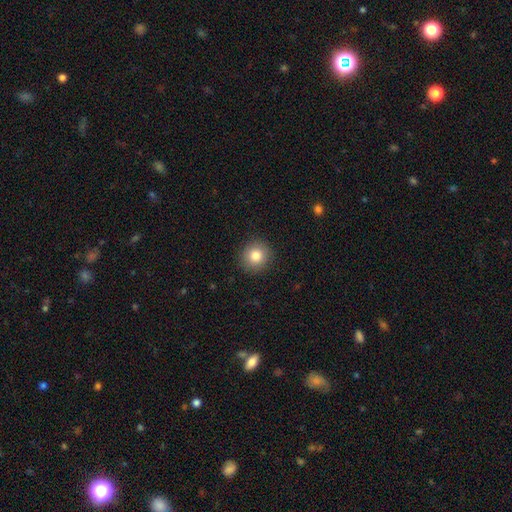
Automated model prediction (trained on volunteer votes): A smooth galaxy with no disk features (83%) that is round (93%). Merging: none (91%).